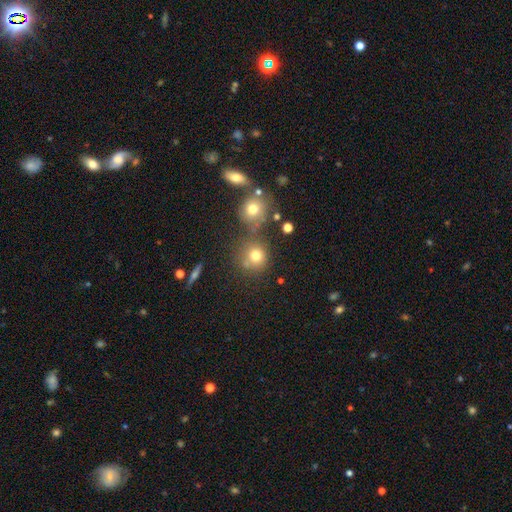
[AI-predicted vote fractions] Smooth or featured: smooth — 74% (star or artifact — 16%)
How rounded: round — 88% (in between — 10%)
Merging: none — 64% (merger — 20%)